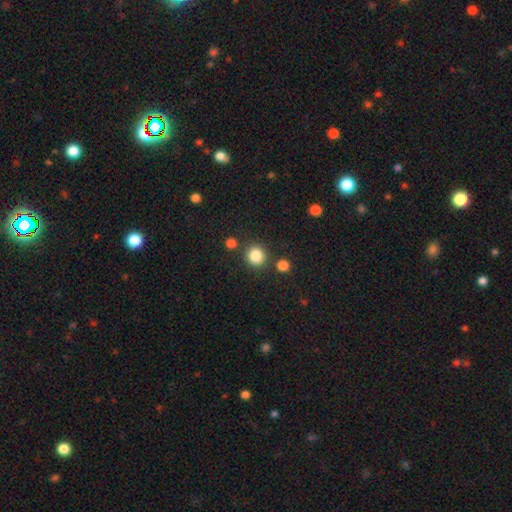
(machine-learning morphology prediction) A smooth galaxy with no disk features (84%) that is round (90%). Merging: none (84%).